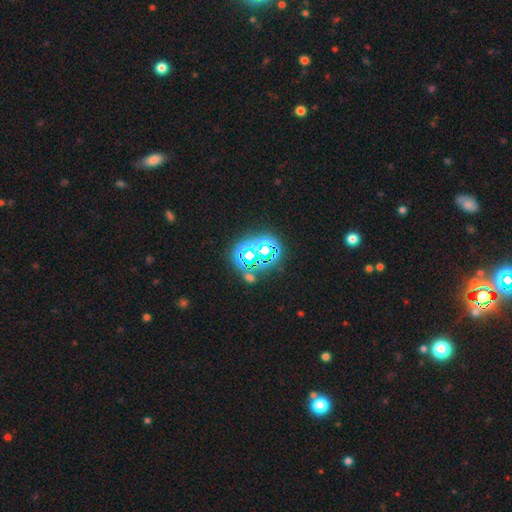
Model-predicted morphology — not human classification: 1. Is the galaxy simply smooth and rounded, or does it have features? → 72% star or artifact, 17% smooth, 11% featured or disk.